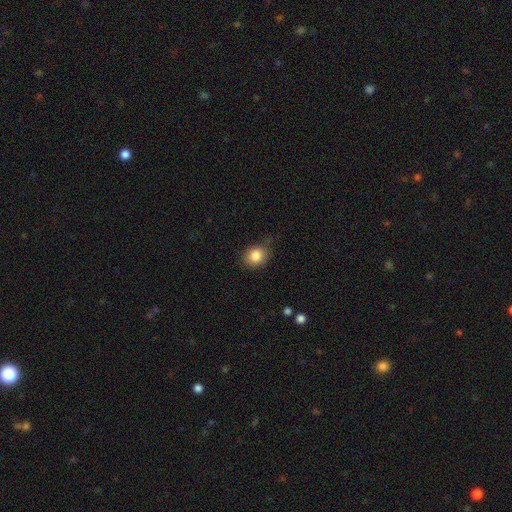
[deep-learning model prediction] Smooth or featured: smooth — 84% (star or artifact — 9%)
How rounded: round — 60% (in between — 39%)
Merging: none — 67% (minor disturbance — 25%)